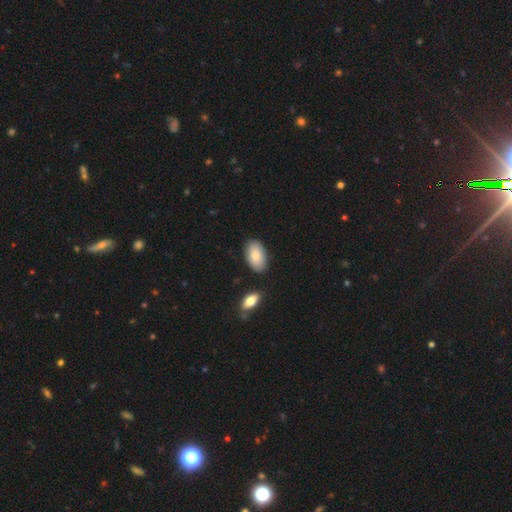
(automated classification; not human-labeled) Overall: smooth (83%). How rounded: in between (95%). Merging: none (83%).